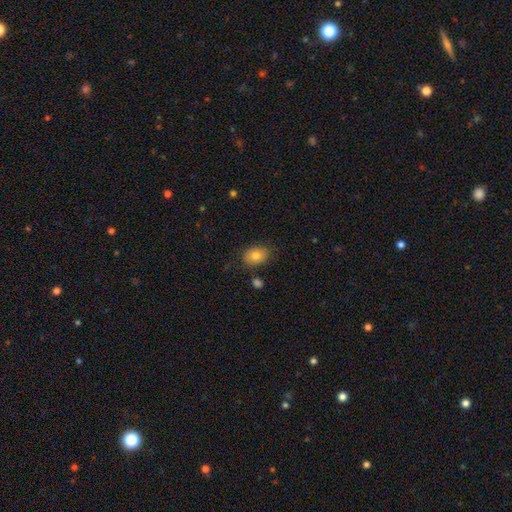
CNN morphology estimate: Smooth or featured? Predicted: smooth (p=0.80). How rounded? Predicted: in between (p=0.69). Merging? Predicted: none (p=0.80).